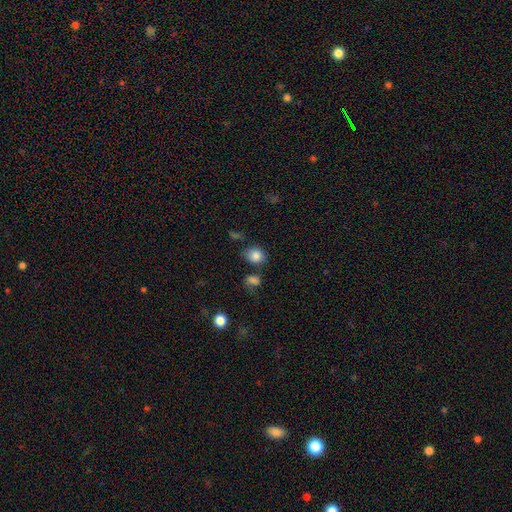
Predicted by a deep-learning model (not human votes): smooth 84%, star or artifact 10%, featured or disk 6%. Down the decision tree: how rounded — round (66%); merging — none (70%).